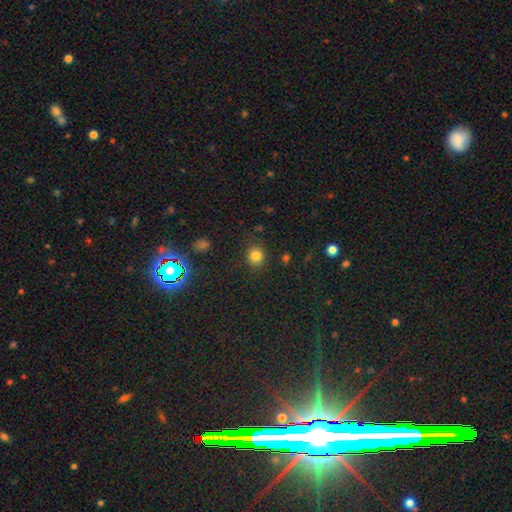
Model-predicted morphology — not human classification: The model was most divided on "how rounded": round: 80%, in between: 19%, cigar-shaped: 1%. More confident: merging — none (83%); smooth or featured — smooth (80%).